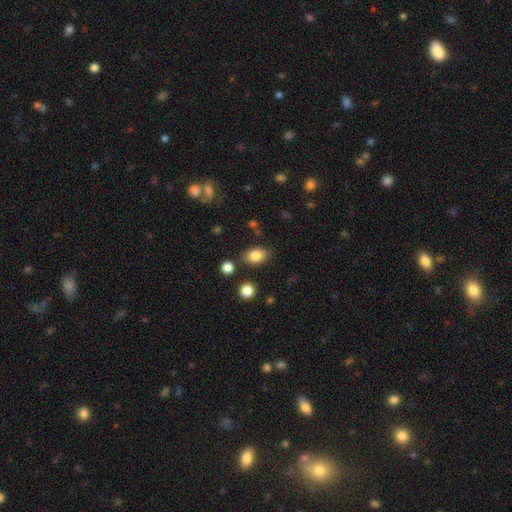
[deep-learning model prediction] This appears to be a smooth galaxy with no disk features (84%) that is in between round and cigar-shaped (84%). Merging: none (80%).